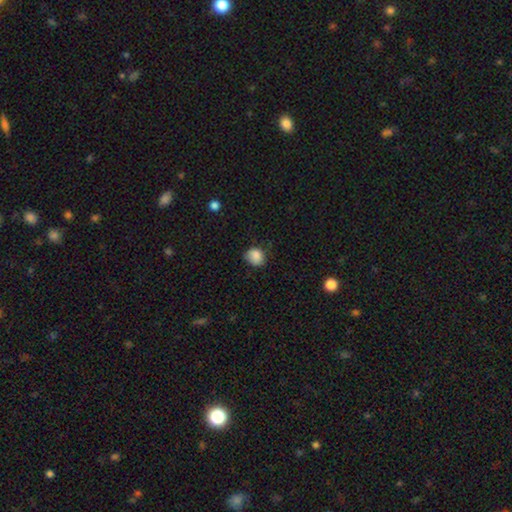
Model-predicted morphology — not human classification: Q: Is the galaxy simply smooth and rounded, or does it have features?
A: smooth — 86%.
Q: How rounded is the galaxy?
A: round — 63%.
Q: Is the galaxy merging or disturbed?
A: none — 63%.